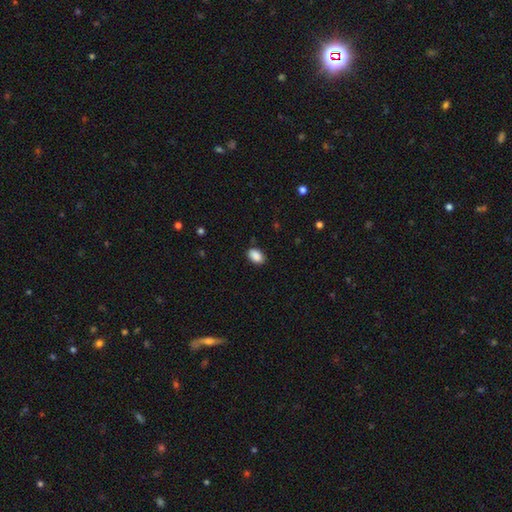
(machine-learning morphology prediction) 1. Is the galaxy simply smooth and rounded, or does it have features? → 90% smooth, 7% star or artifact, 3% featured or disk.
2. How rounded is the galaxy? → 88% in between, 11% round, 1% cigar-shaped.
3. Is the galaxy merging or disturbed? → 87% none, 10% minor disturbance, 2% major disturbance, 1% merger.